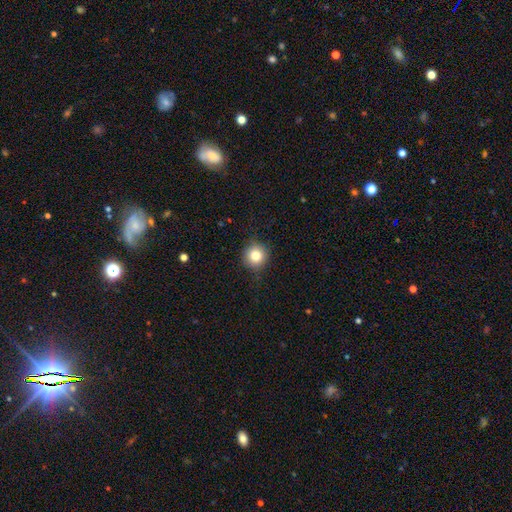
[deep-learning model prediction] smooth_or_featured: smooth (p=0.80) [alt: star or artifact p=0.11]
how_rounded: round (p=0.93) [alt: in between p=0.06]
merging: none (p=0.85) [alt: minor disturbance p=0.12]